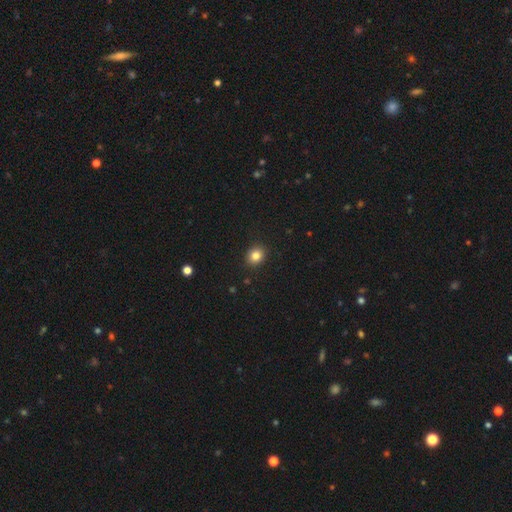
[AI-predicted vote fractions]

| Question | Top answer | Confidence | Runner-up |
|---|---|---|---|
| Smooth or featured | smooth | 83% | star or artifact (11%) |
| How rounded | round | 65% | in between (34%) |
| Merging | none | 90% | minor disturbance (7%) |